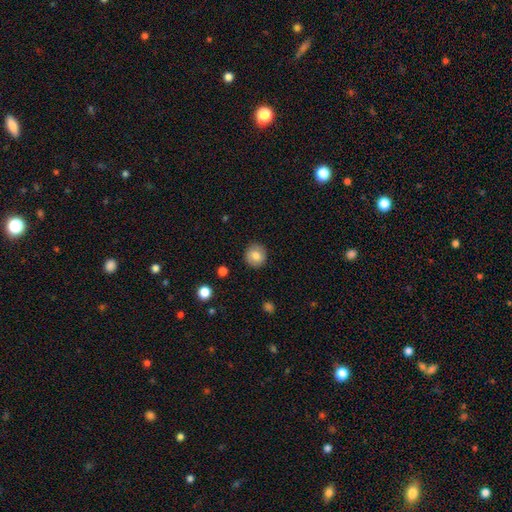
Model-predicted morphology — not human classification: A smooth galaxy with no disk features (80%) that is round (91%).

Vote fractions:
- Smooth or featured? smooth: 80% / featured or disk: 12% / star or artifact: 8%
- How rounded? round: 91% / in between: 8% / cigar-shaped: 1%
- Merging? none: 90% / minor disturbance: 7% / major disturbance: 2% / merger: 1%